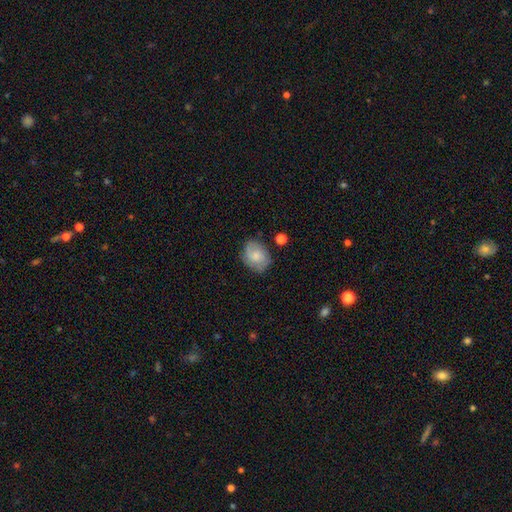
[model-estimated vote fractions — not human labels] Morphology: type=smooth (70%); roundness=in between (60%); merging=none (69%).